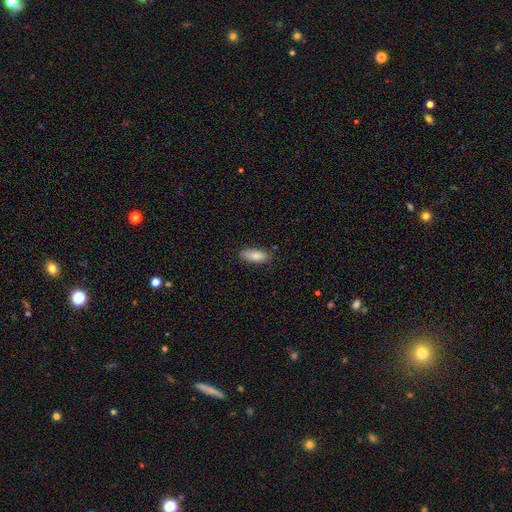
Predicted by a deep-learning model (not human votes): A smooth galaxy with no disk features (85%) that is in between round and cigar-shaped (74%). Merging: none (79%).